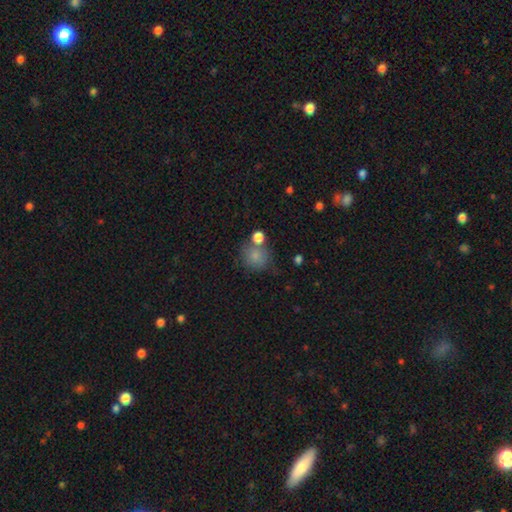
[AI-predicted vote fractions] The model was most divided on "merging": none: 56%, merger: 19%, minor disturbance: 17%, major disturbance: 8%. More confident: smooth or featured — smooth (81%); how rounded — round (80%).